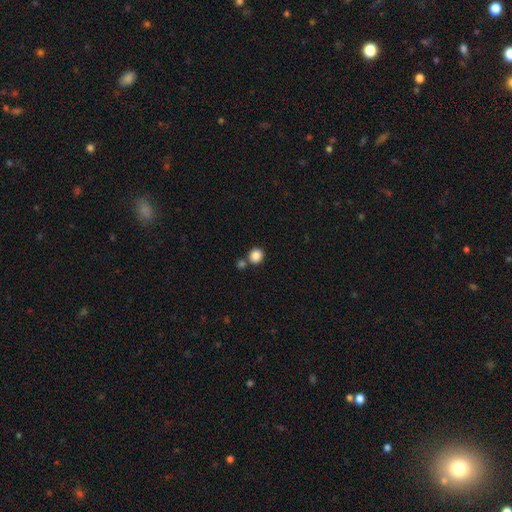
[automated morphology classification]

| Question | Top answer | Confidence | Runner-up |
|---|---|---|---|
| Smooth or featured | smooth | 86% | star or artifact (9%) |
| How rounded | round | 84% | in between (15%) |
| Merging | none | 72% | merger (17%) |